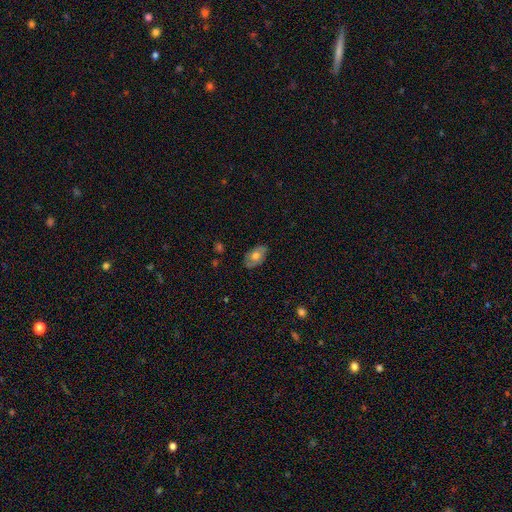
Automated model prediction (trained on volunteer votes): smooth 59%, featured or disk 33%, star or artifact 8%. Down the decision tree: how rounded — in between (90%); merging — none (80%).